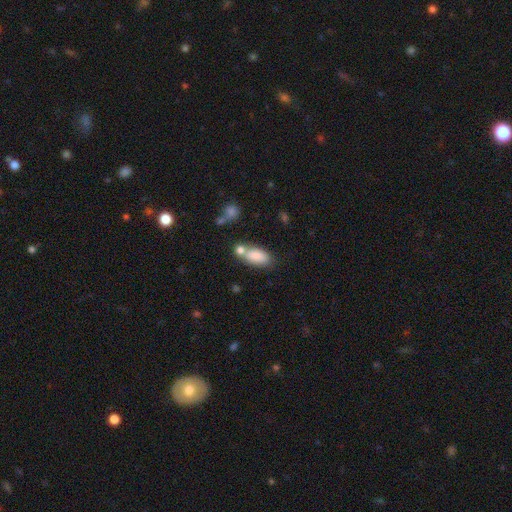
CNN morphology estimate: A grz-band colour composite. It shows a smooth galaxy with no disk features (84%) that is in between round and cigar-shaped (88%). Merging: none (53%).